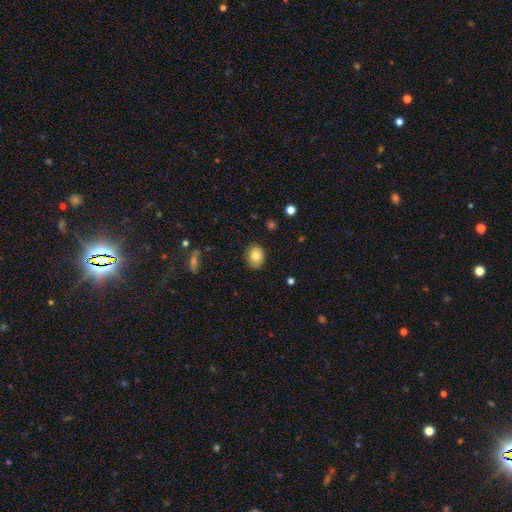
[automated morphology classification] A smooth galaxy with no disk features (83%) that is in between round and cigar-shaped (59%). Merging: none (86%).